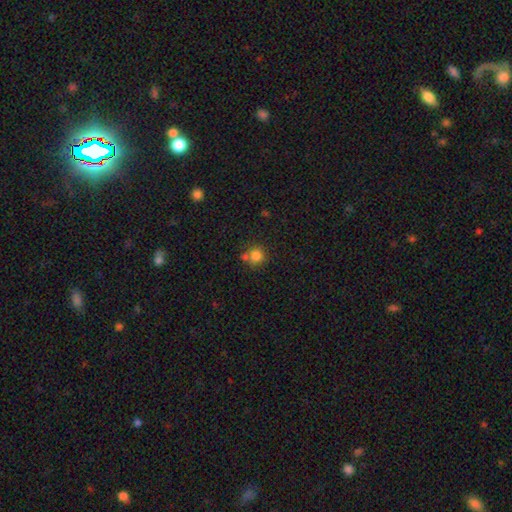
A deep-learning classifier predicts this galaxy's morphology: Smooth or featured? smooth (81%)
How rounded? round (91%)
Merging? none (65%)